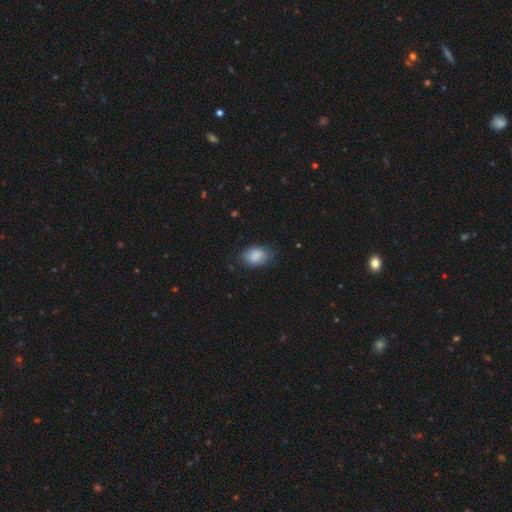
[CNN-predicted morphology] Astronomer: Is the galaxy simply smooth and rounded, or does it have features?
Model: smooth — 87%.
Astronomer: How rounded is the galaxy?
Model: in between — 83%.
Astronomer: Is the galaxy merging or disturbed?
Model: none — 71%.